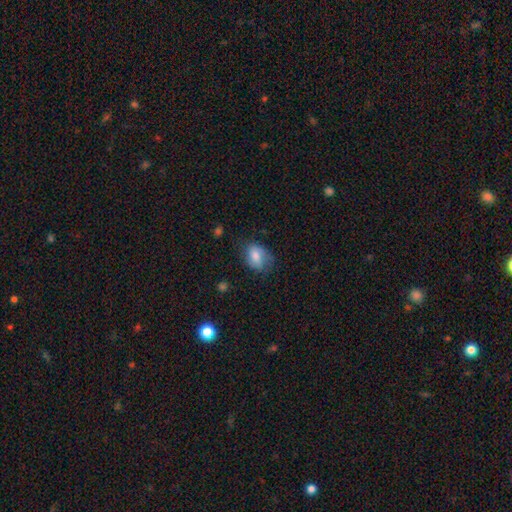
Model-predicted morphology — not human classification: Overall: smooth (77%). How rounded: in between (75%). Merging: none (60%; minor disturbance 28%).